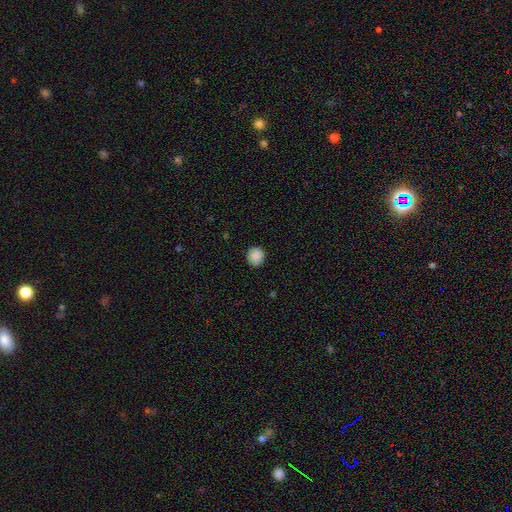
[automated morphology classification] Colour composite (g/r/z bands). It shows a smooth galaxy with no disk features (89%) that is round (89%). Merging: none (91%).